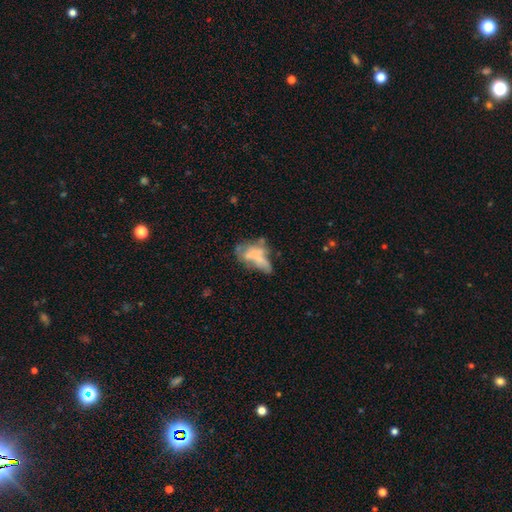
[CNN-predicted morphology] This appears to be a featured or disk galaxy (45%). Merging: merger (33%).